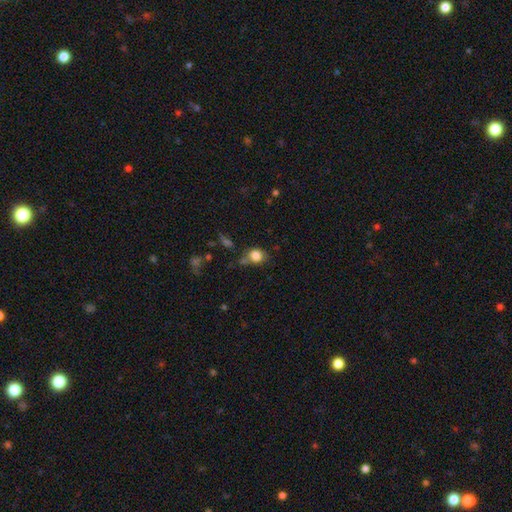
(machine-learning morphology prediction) Smooth or featured?
  - smooth: 82% *
  - star or artifact: 11%
  - featured or disk: 8%
How rounded?
  - round: 64% *
  - in between: 35%
  - cigar-shaped: 1%
Merging?
  - none: 53% *
  - minor disturbance: 24%
  - merger: 13%
  - major disturbance: 9%